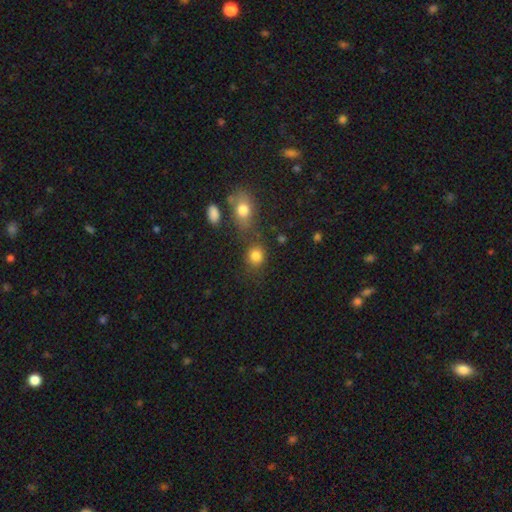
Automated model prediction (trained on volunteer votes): Overall: smooth (83%). How rounded: round (74%). Merging: none (66%).